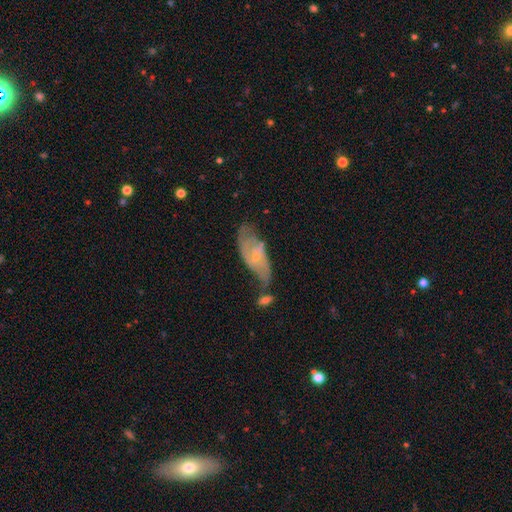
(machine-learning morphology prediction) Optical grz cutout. It shows a featured or disk galaxy (71%) with no bar (59%), 2 (61%) medium (41%) spiral arms (83%) and a small central bulge (77%). Merging: none (40%).